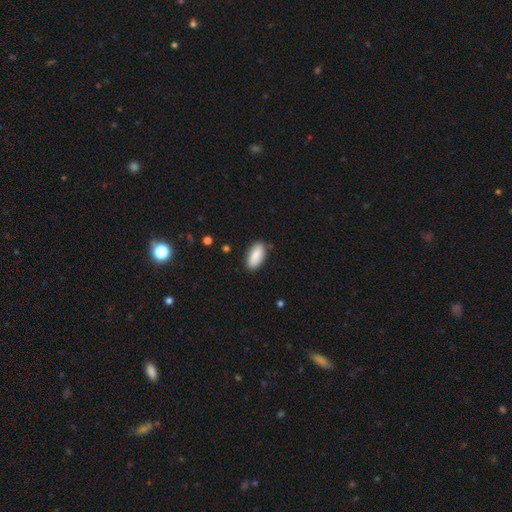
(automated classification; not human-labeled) Overall: smooth (88%). How rounded: in between (87%). Merging: none (85%).